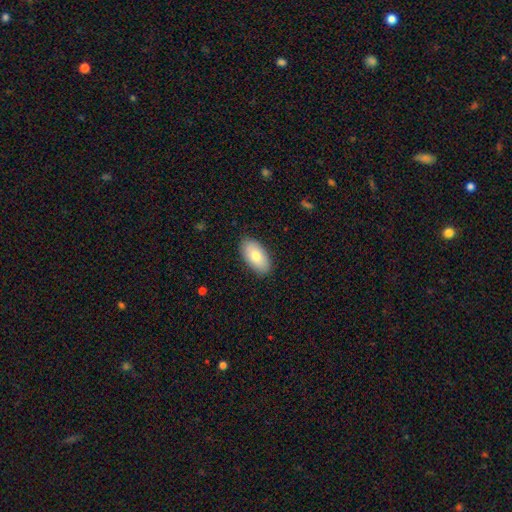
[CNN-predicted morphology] Smooth or featured? Predicted: smooth (p=0.77). How rounded? Predicted: in between (p=0.95). Merging? Predicted: none (p=0.88).